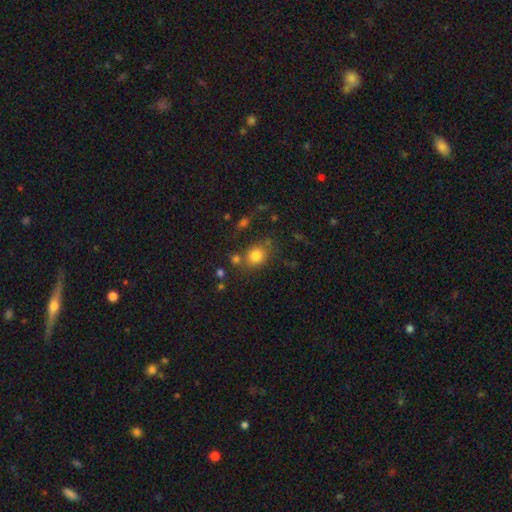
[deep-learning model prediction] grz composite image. It shows a smooth galaxy with no disk features (80%) that is round (66%). Merging: none (68%).